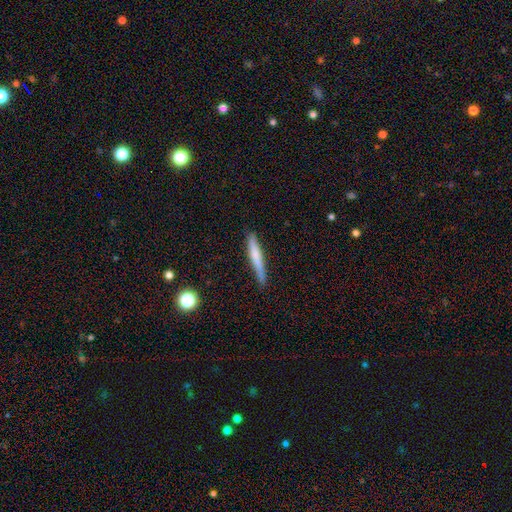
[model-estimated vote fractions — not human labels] smooth-or-featured: smooth: 64% | featured or disk: 30% | star or artifact: 6%
  how-rounded: cigar-shaped: 94% | in between: 4% | round: 1%
  merging: none: 80% | minor disturbance: 16% | major disturbance: 3% | merger: 2%